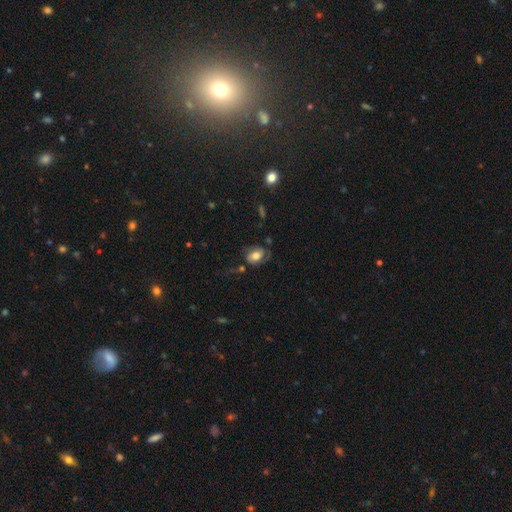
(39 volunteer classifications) Morphology: type=smooth (54%); roundness=in between (67%); merging=none (49%).